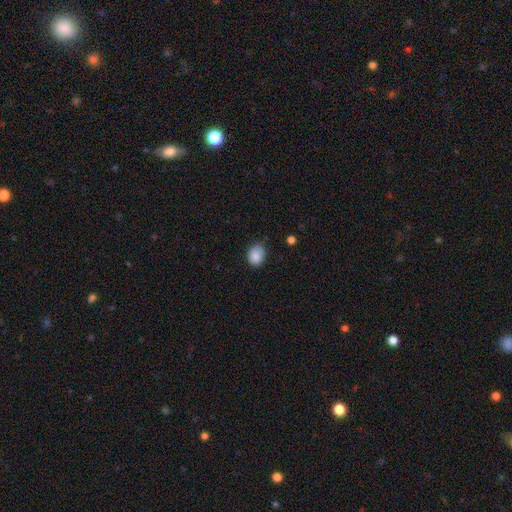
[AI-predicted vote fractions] A smooth galaxy with no disk features (87%) that is round (56%). Merging: none (71%).